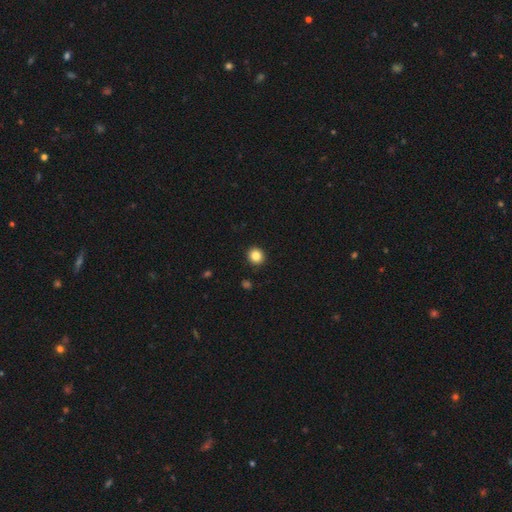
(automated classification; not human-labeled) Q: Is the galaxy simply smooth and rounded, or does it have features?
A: smooth — 85%.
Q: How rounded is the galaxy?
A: round — 89%.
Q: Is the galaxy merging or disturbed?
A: none — 92%.